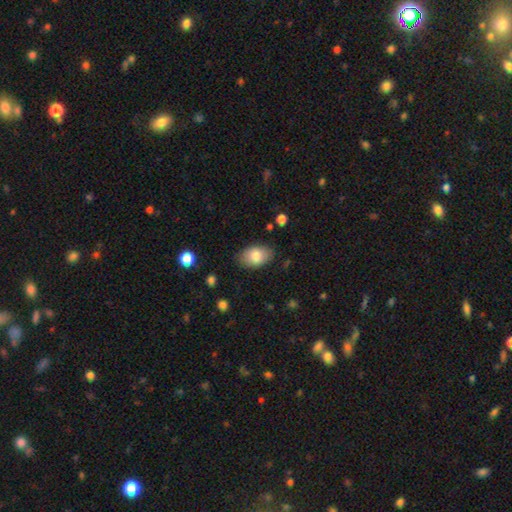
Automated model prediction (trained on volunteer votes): The model was most divided on "merging": none: 82%, minor disturbance: 14%, major disturbance: 3%, merger: 1%. More confident: how rounded — in between (89%); smooth or featured — smooth (81%).